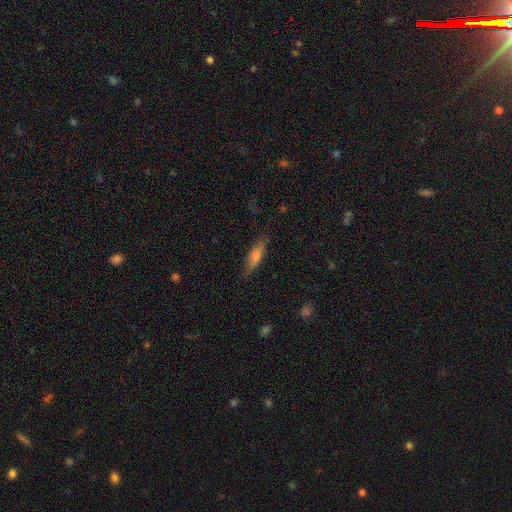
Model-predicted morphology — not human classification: Smooth or featured: smooth — 59% (featured or disk — 33%)
How rounded: cigar-shaped — 70% (in between — 28%)
Merging: none — 81% (minor disturbance — 14%)